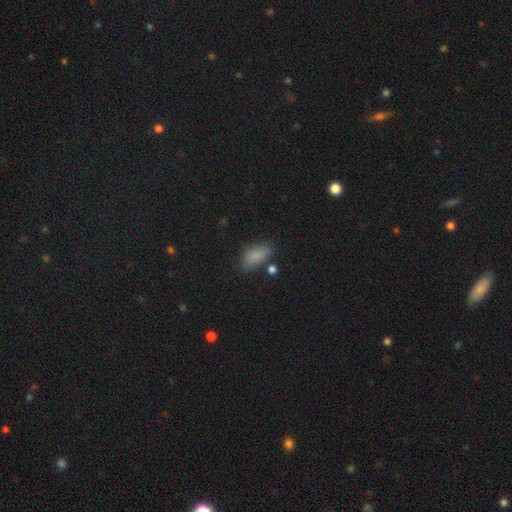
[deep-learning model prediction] This appears to be a smooth galaxy with no disk features (82%) that is in between round and cigar-shaped (89%). Merging: none (73%).